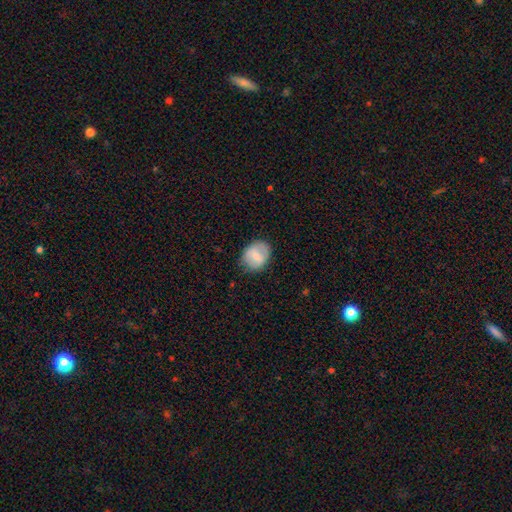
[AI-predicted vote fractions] This appears to be a smooth galaxy with no disk features (68%) that is round (52%). Merging: none (78%).